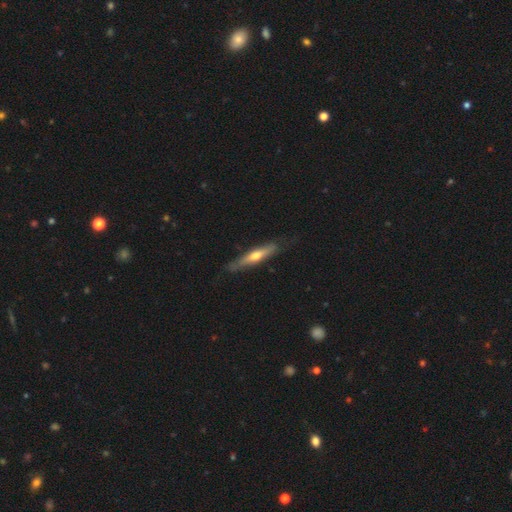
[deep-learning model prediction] This appears to be a featured or disk galaxy (52%) viewed edge-on (88%). Merging: none (75%).